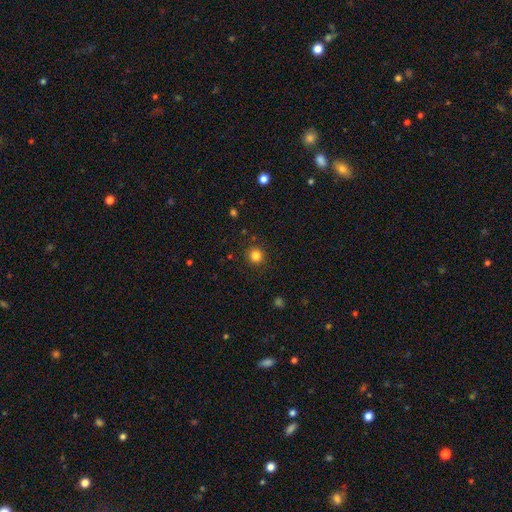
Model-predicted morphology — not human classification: Smooth or featured: smooth — 83% (star or artifact — 12%)
How rounded: round — 93% (in between — 6%)
Merging: none — 90% (minor disturbance — 6%)